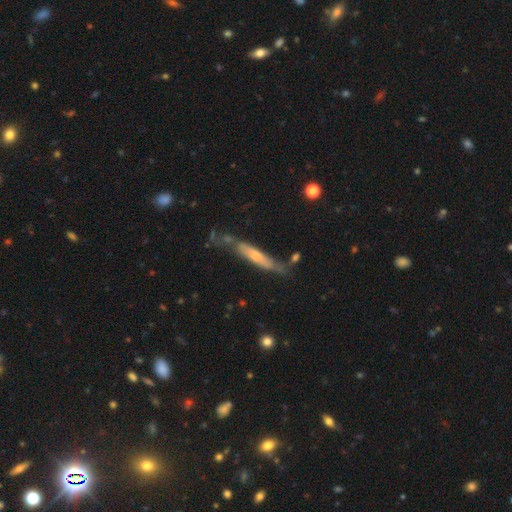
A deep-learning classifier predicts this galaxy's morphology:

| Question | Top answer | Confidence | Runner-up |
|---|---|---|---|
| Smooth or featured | smooth | 49% | featured or disk (44%) |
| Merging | none | 46% | minor disturbance (29%) |